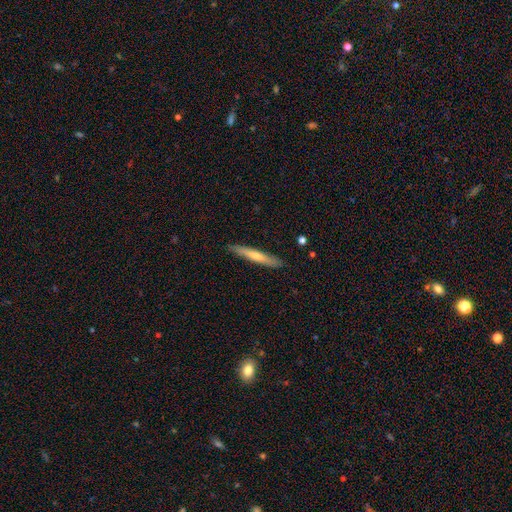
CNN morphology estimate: Smooth or featured?
  - smooth: 56% *
  - featured or disk: 39%
  - star or artifact: 5%
How rounded?
  - cigar-shaped: 95% *
  - in between: 4%
  - round: 1%
Merging?
  - none: 89% *
  - minor disturbance: 8%
  - major disturbance: 2%
  - merger: 1%